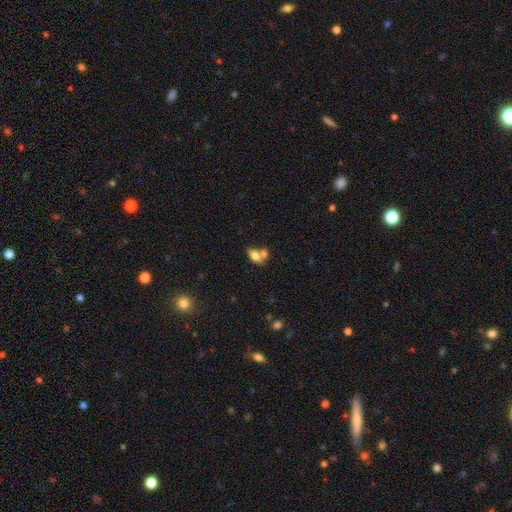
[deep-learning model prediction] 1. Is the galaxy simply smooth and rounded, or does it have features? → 75% smooth, 16% featured or disk, 9% star or artifact.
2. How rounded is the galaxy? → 85% in between, 11% round, 3% cigar-shaped.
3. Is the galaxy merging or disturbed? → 49% merger, 36% none, 10% minor disturbance, 4% major disturbance.